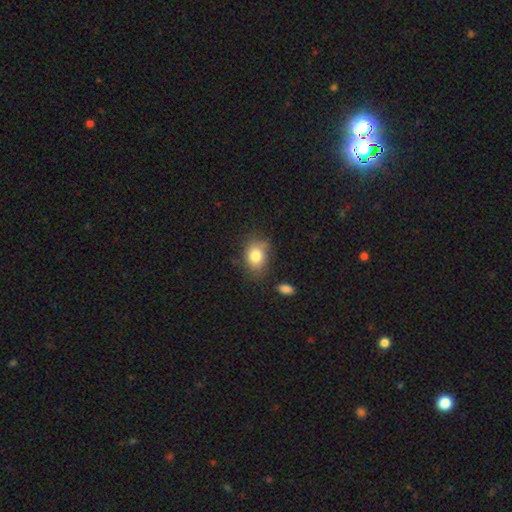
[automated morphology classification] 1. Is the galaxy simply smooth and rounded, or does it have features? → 79% smooth, 12% featured or disk, 9% star or artifact.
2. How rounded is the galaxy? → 64% in between, 35% round, 1% cigar-shaped.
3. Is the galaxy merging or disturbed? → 67% none, 23% minor disturbance, 7% major disturbance, 4% merger.